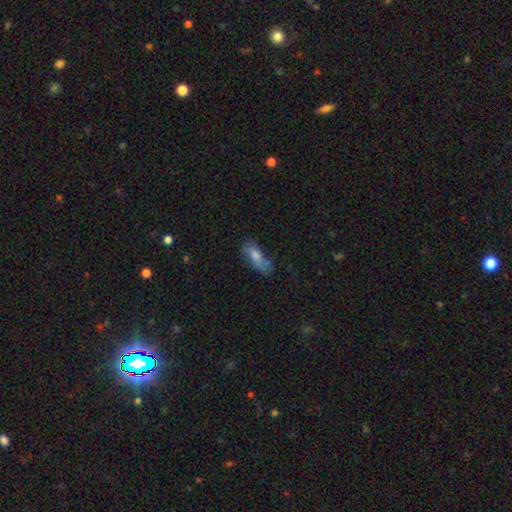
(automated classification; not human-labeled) This appears to be a smooth galaxy with no disk features (67%) that is in between round and cigar-shaped (63%). Merging: none (53%).